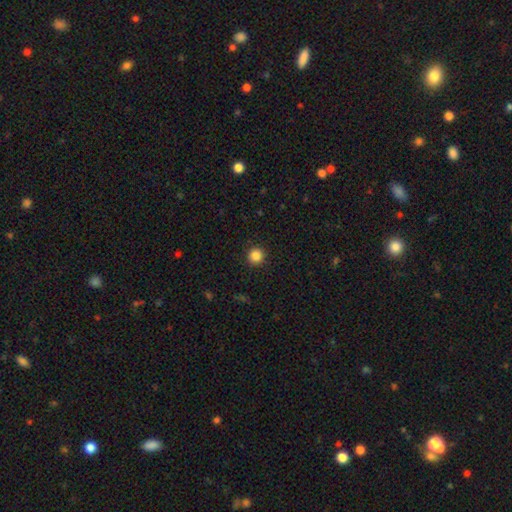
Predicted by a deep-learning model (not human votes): Smooth or featured: smooth — 86% (star or artifact — 11%)
How rounded: round — 95% (in between — 4%)
Merging: none — 92% (minor disturbance — 5%)